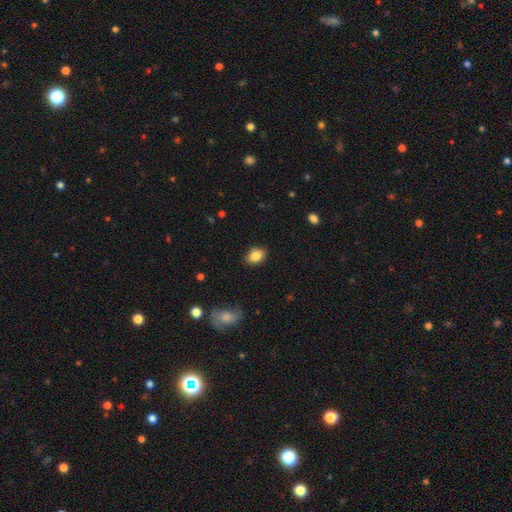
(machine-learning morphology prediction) A smooth galaxy with no disk features (86%) that is in between round and cigar-shaped (69%).

Vote fractions:
- Smooth or featured? smooth: 86% / star or artifact: 8% / featured or disk: 5%
- How rounded? in between: 69% / round: 30% / cigar-shaped: 1%
- Merging? none: 86% / minor disturbance: 10% / major disturbance: 2% / merger: 1%